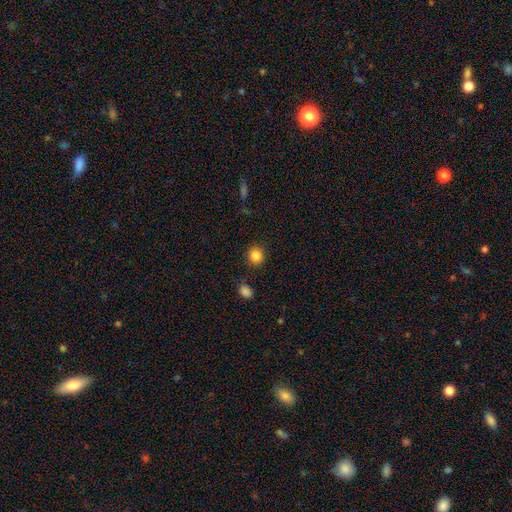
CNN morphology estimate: A smooth galaxy with no disk features (86%) that is round (89%).

Vote fractions:
- Smooth or featured? smooth: 86% / star or artifact: 10% / featured or disk: 4%
- How rounded? round: 89% / in between: 10% / cigar-shaped: 1%
- Merging? none: 88% / minor disturbance: 7% / major disturbance: 2% / merger: 2%